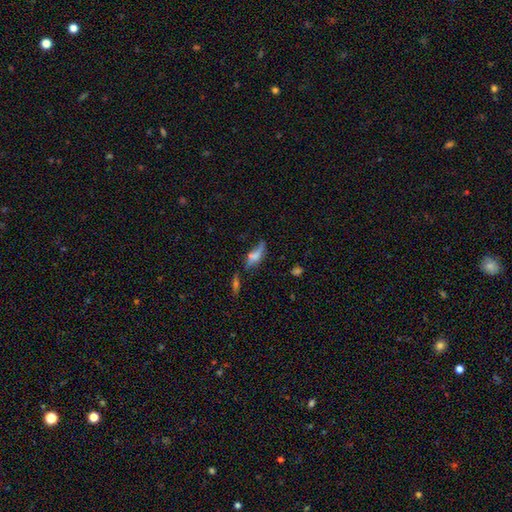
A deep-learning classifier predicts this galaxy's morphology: type=smooth (48%); merging=none (40%).